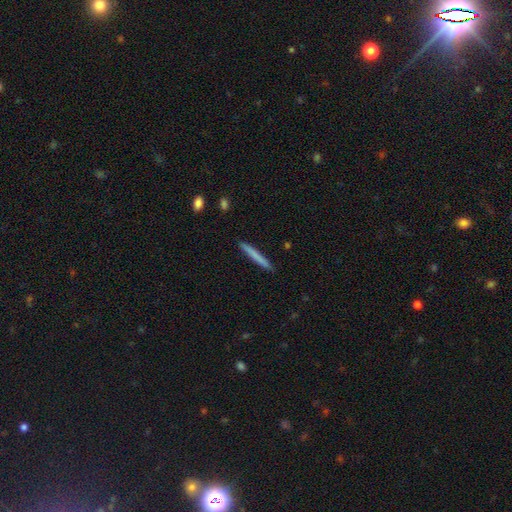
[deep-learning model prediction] Smooth or featured? Predicted: smooth (p=0.70). How rounded? Predicted: cigar-shaped (p=0.97). Merging? Predicted: none (p=0.92).